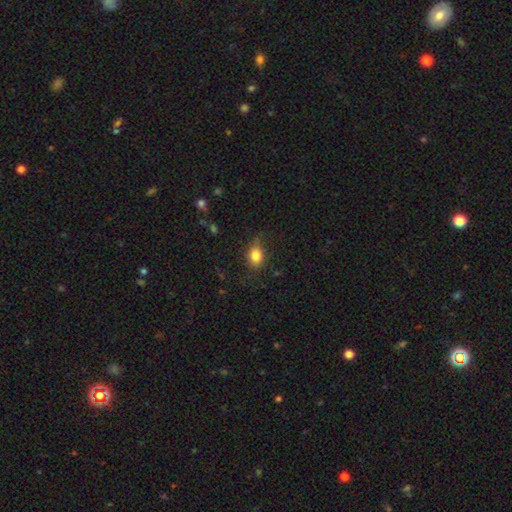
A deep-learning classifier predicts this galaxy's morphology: Smooth or featured?
  - smooth: 82% *
  - star or artifact: 10%
  - featured or disk: 9%
How rounded?
  - in between: 60% *
  - round: 38%
  - cigar-shaped: 2%
Merging?
  - none: 69% *
  - minor disturbance: 23%
  - major disturbance: 7%
  - merger: 1%